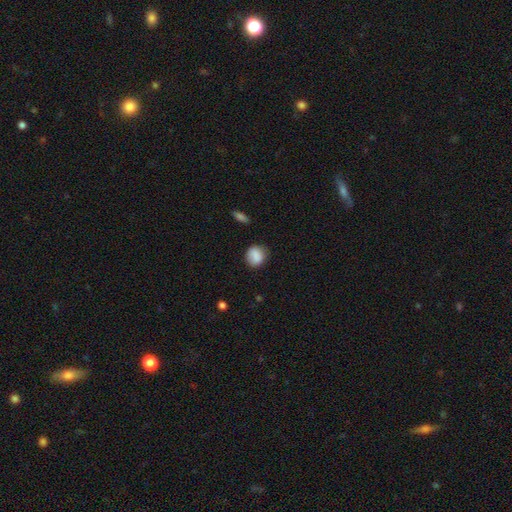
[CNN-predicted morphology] smooth 85%, star or artifact 8%, featured or disk 7%. Down the decision tree: how rounded — round (73%); merging — none (77%).